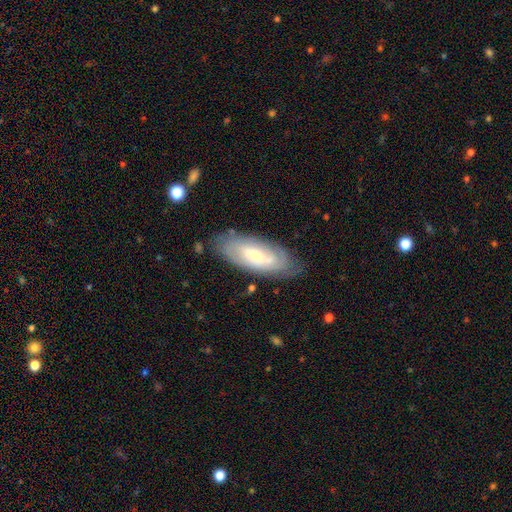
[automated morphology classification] This is possibly a featured or disk galaxy (52%). It is clearly not viewed edge-on (85%). Merging: likely none (76%).